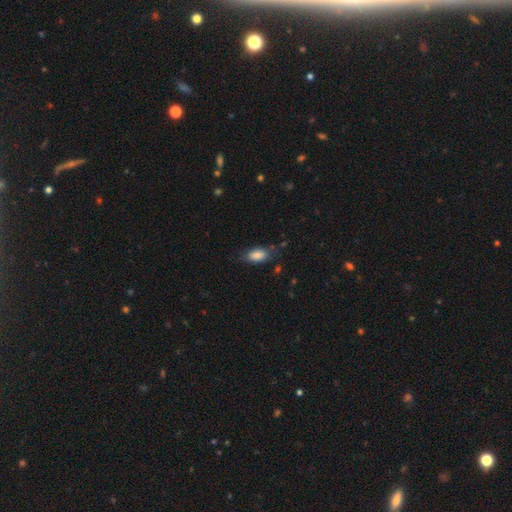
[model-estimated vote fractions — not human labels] This is clearly a smooth galaxy (86%). How rounded: clearly in between (90%). Merging: likely none (71%).